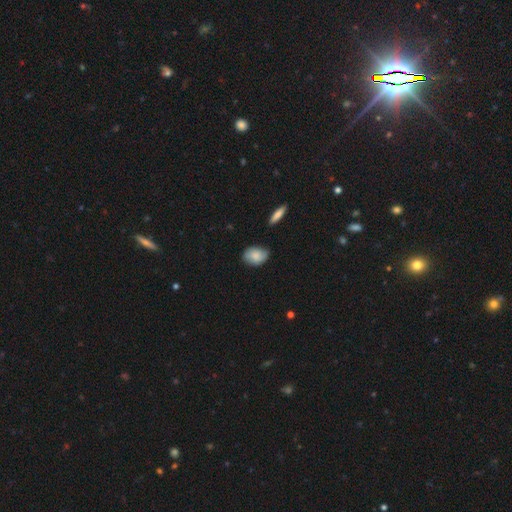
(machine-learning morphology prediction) smooth-or-featured: smooth: 78% | featured or disk: 15% | star or artifact: 7%
  how-rounded: in between: 76% | round: 22% | cigar-shaped: 2%
  merging: none: 77% | minor disturbance: 19% | major disturbance: 3% | merger: 2%